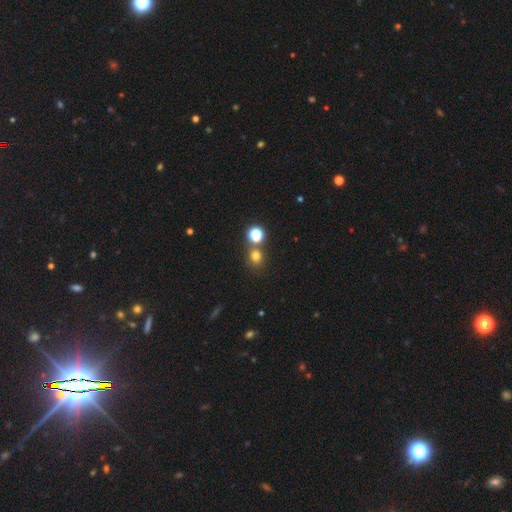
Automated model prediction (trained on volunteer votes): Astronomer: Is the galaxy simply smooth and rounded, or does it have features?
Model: smooth — 72%.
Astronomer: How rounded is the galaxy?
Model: round — 86%.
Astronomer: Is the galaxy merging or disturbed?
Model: none — 68%.